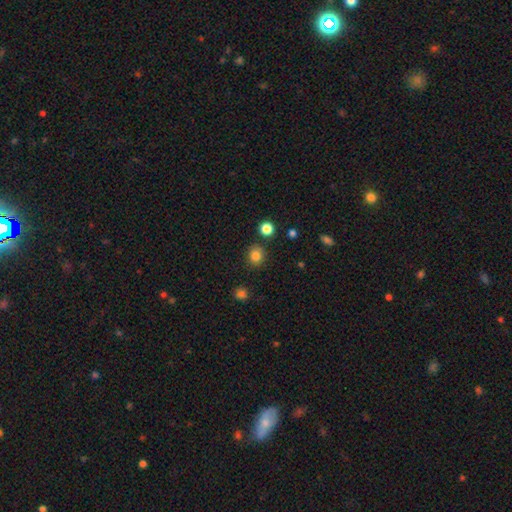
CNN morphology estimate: smooth_or_featured: smooth (p=0.83) [alt: star or artifact p=0.12]
how_rounded: round (p=0.84) [alt: in between p=0.16]
merging: none (p=0.85) [alt: minor disturbance p=0.08]